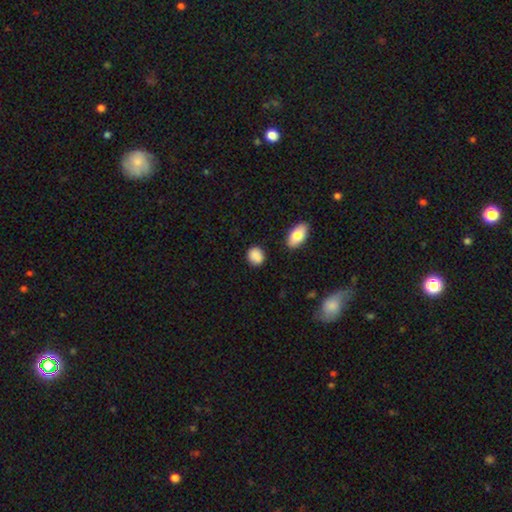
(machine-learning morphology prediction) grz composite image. It shows a smooth galaxy with no disk features (88%) that is round (63%). Merging: none (81%).